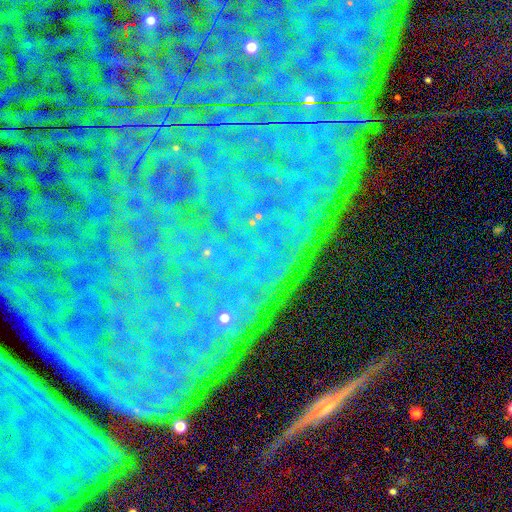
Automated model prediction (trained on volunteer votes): The model was most divided on "smooth or featured": star or artifact: 82%, smooth: 9%, featured or disk: 9%.